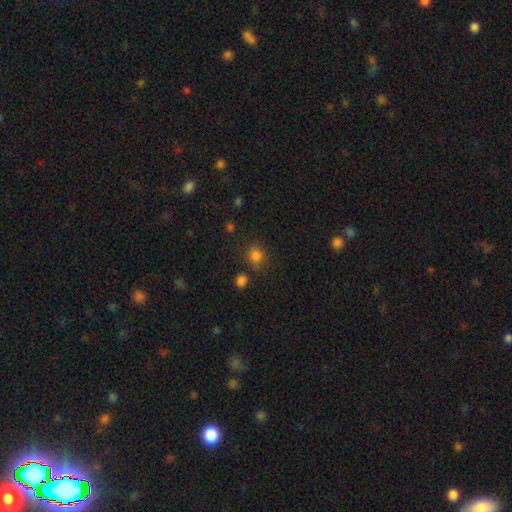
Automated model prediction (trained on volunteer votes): smooth 81%, star or artifact 14%, featured or disk 5%. Down the decision tree: how rounded — round (81%); merging — none (77%).